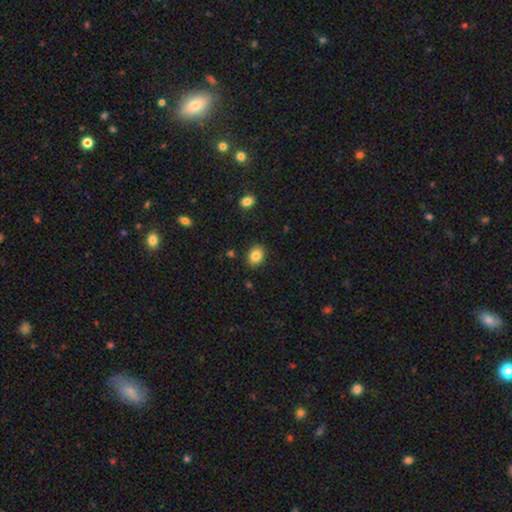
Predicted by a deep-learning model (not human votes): Q: Smooth or featured?
A: smooth (84%); runner-up: star or artifact (9%)
Q: How rounded?
A: in between (60%); runner-up: round (39%)
Q: Merging?
A: none (88%); runner-up: minor disturbance (9%)